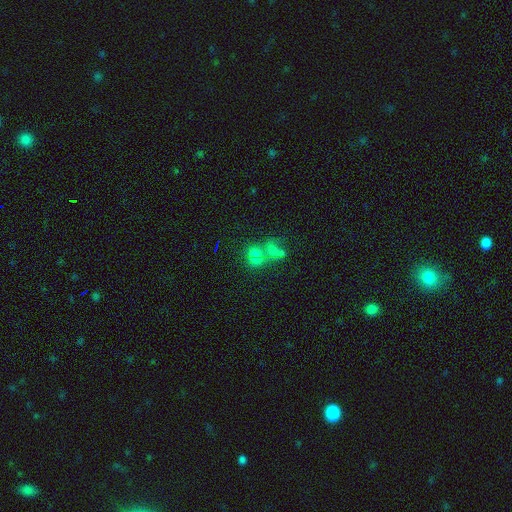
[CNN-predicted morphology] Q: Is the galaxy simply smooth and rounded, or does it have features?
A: smooth — 56%.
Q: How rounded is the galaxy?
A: round — 57%.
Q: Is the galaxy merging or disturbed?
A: merger — 53%.